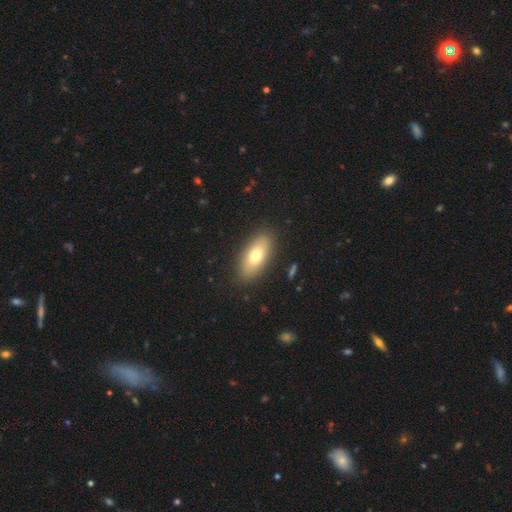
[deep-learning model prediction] smooth_or_featured: smooth (p=0.72) [alt: featured or disk p=0.21]
how_rounded: in between (p=0.86) [alt: cigar-shaped p=0.11]
merging: none (p=0.88) [alt: minor disturbance p=0.09]